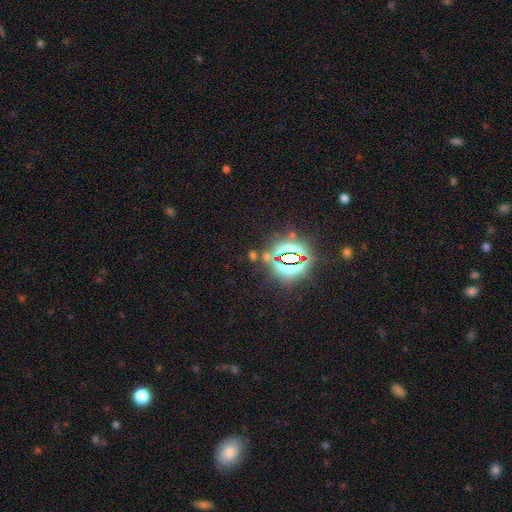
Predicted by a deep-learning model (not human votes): A star or artifact, not a galaxy (80%).